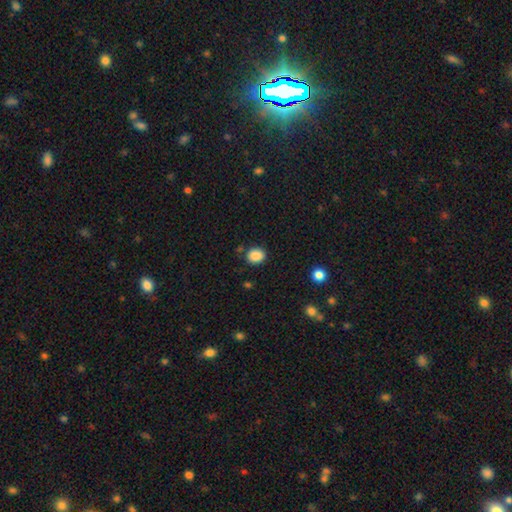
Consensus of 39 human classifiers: A smooth galaxy with no disk features (95%) that is round (70%). Merging: none (89%).